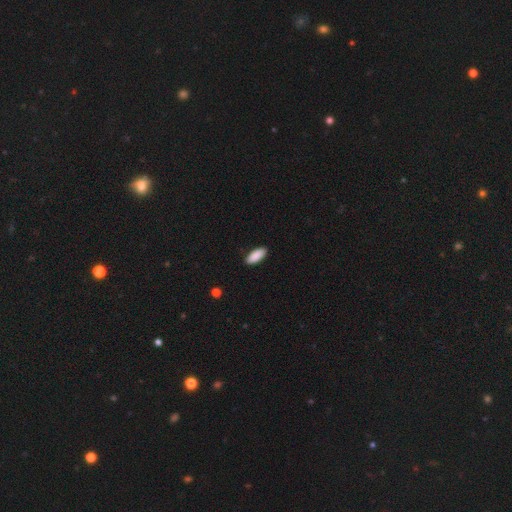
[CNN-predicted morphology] This appears to be a smooth galaxy with no disk features (91%) that is in between round and cigar-shaped (84%). Merging: none (88%).